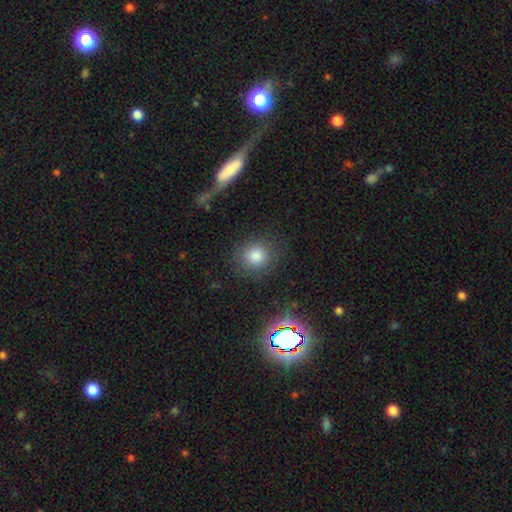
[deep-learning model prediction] smooth 80%, star or artifact 14%, featured or disk 7%. Down the decision tree: how rounded — round (86%); merging — none (84%).